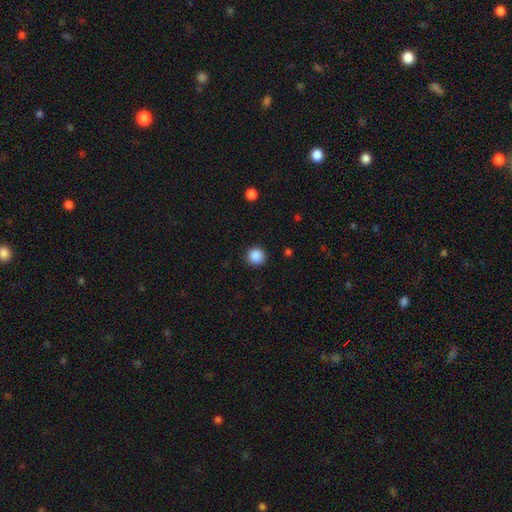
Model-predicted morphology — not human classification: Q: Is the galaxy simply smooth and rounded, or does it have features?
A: smooth — 88%.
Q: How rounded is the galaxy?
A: round — 93%.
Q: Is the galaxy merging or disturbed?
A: none — 90%.